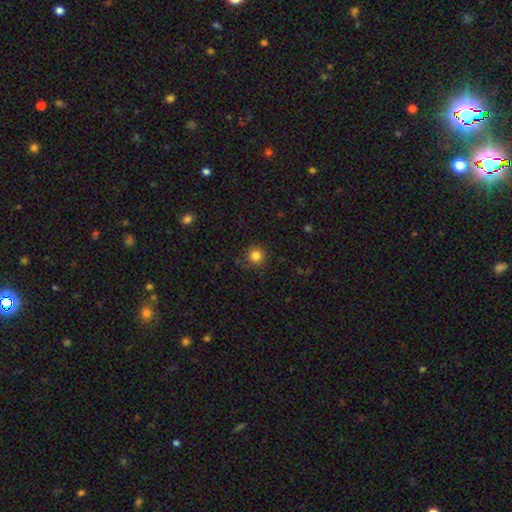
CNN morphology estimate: Overall: smooth (83%). How rounded: round (94%). Merging: none (87%).